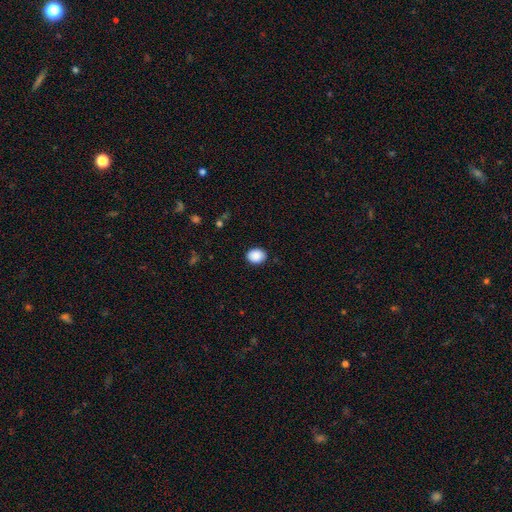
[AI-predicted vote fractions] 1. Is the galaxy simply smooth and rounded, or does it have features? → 89% smooth, 8% star or artifact, 3% featured or disk.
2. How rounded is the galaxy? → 50% in between, 49% round, 1% cigar-shaped.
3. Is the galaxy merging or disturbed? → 88% none, 8% minor disturbance, 2% major disturbance, 1% merger.